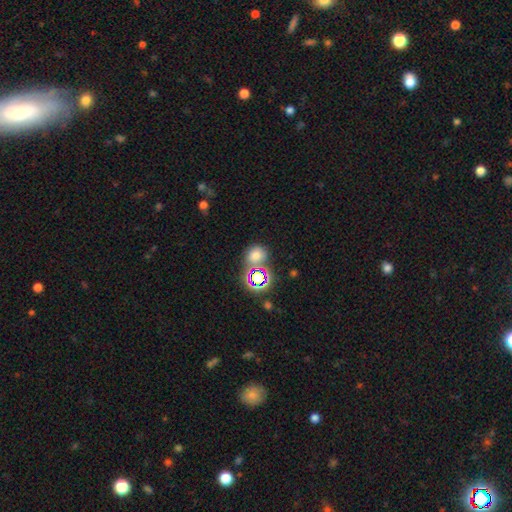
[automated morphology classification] type=smooth (63%); roundness=round (70%); merging=none (62%).